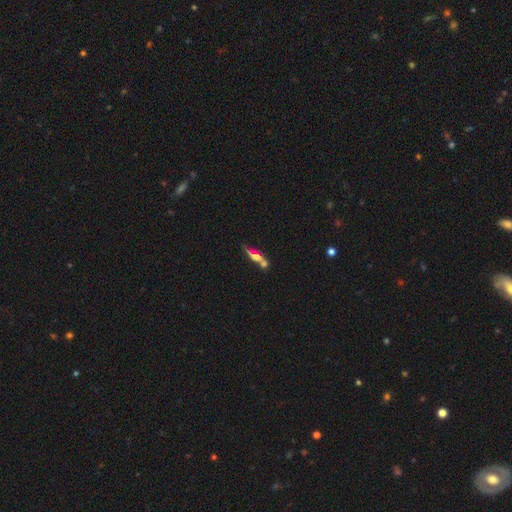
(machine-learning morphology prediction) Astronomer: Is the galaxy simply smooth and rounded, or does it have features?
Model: featured or disk — 55% (runner-up: smooth, 36%).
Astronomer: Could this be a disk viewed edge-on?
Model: yes — 80%.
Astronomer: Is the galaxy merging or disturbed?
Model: none — 43% (runner-up: merger, 37%).